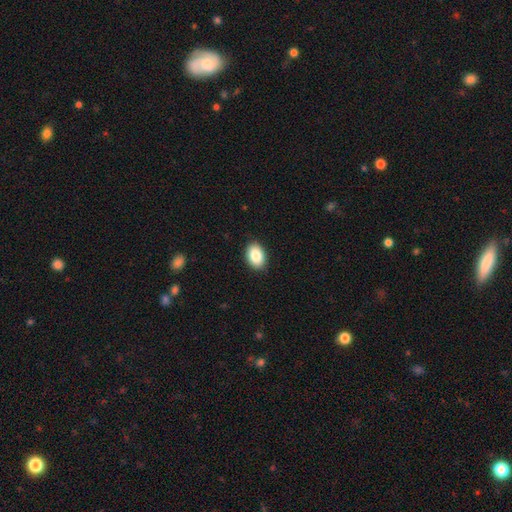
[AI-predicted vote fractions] The model was most divided on "how rounded": in between: 85%, round: 14%, cigar-shaped: 1%. More confident: merging — none (89%); smooth or featured — smooth (88%).